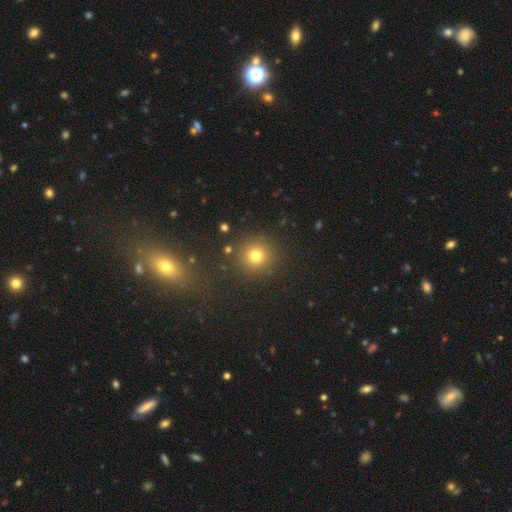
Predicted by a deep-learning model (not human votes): A smooth galaxy with no disk features (74%) that is round (93%).

Vote fractions:
- Smooth or featured? smooth: 74% / star or artifact: 18% / featured or disk: 7%
- How rounded? round: 93% / in between: 6% / cigar-shaped: 1%
- Merging? none: 87% / minor disturbance: 7% / major disturbance: 3% / merger: 3%